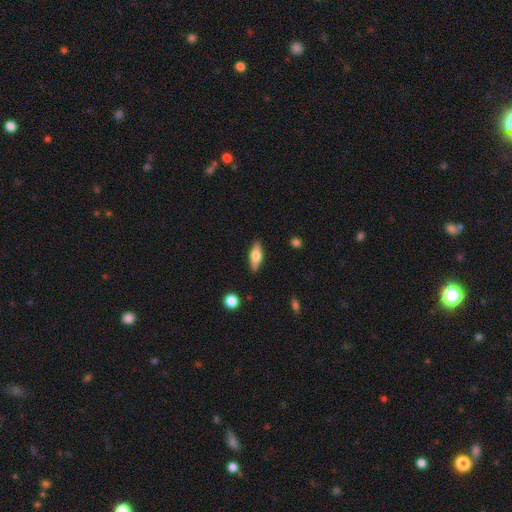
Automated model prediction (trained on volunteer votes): smooth_or_featured: smooth (p=0.58) [alt: featured or disk p=0.36]
how_rounded: in between (p=0.61) [alt: cigar-shaped p=0.35]
merging: none (p=0.87) [alt: minor disturbance p=0.10]